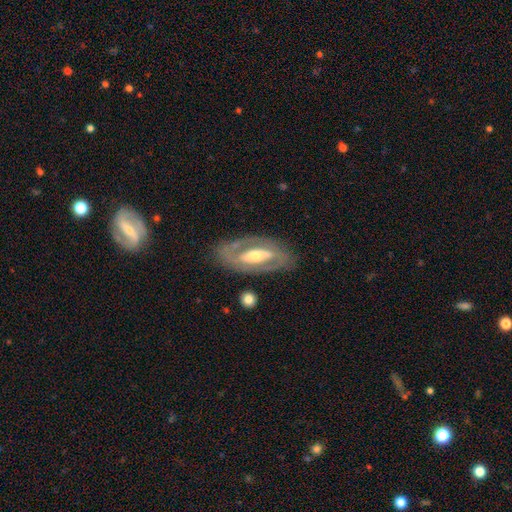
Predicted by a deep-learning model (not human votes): The model was most divided on "spiral arms": yes: 56%, no: 44%. More confident: edge-on disk — no (88%); merging — none (78%); smooth or featured — featured or disk (77%); bulge size — moderate (56%); bar — strong (51%).